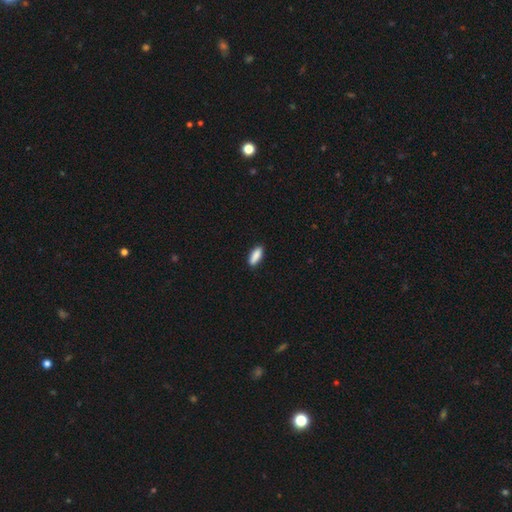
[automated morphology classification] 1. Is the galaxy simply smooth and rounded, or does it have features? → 89% smooth, 6% star or artifact, 5% featured or disk.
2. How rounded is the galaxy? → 66% in between, 32% cigar-shaped, 2% round.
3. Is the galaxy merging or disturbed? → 88% none, 9% minor disturbance, 2% major disturbance, 1% merger.